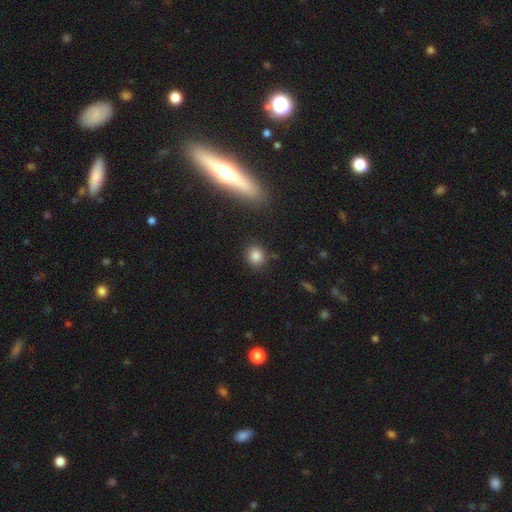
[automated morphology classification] Smooth or featured: smooth — 84% (star or artifact — 11%)
How rounded: round — 70% (in between — 28%)
Merging: none — 84% (minor disturbance — 10%)